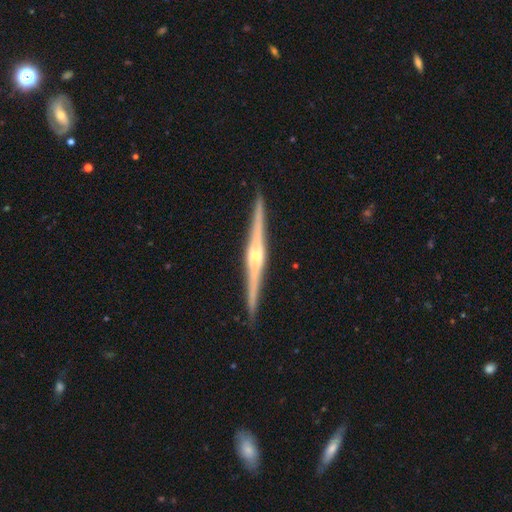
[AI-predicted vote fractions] Overall: featured or disk (88%). Edge-on disk: yes (99%). Edge-on bulge: rounded (86%). Merging: none (93%).